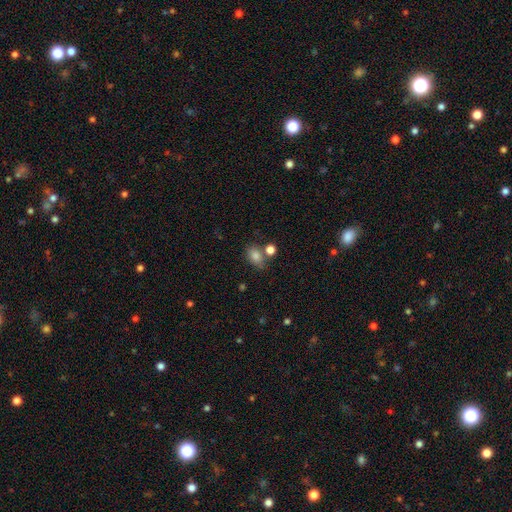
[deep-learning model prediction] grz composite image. It shows a smooth galaxy with no disk features (82%) that is in between round and cigar-shaped (75%). Merging: none (60%).